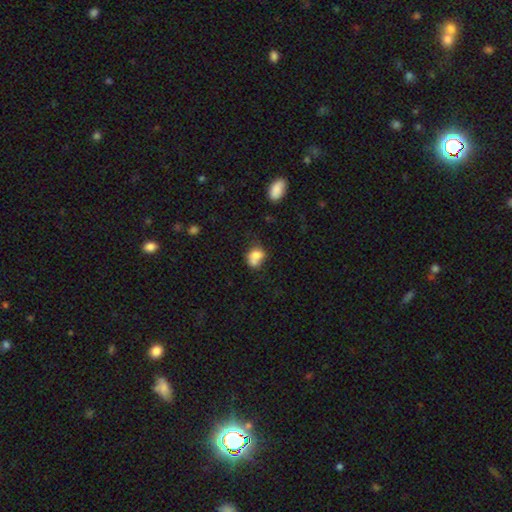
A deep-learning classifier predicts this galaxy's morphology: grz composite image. It shows a smooth galaxy with no disk features (74%) that is in between round and cigar-shaped (54%). Merging: merger (45%).